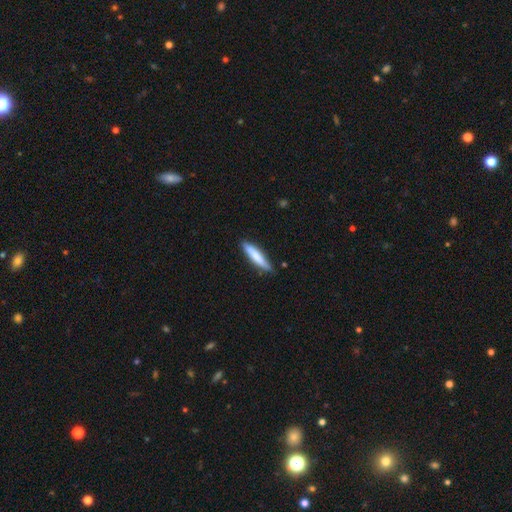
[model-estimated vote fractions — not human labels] smooth_or_featured: smooth (p=0.76) [alt: featured or disk p=0.19]
how_rounded: cigar-shaped (p=0.89) [alt: in between p=0.10]
merging: none (p=0.83) [alt: minor disturbance p=0.13]